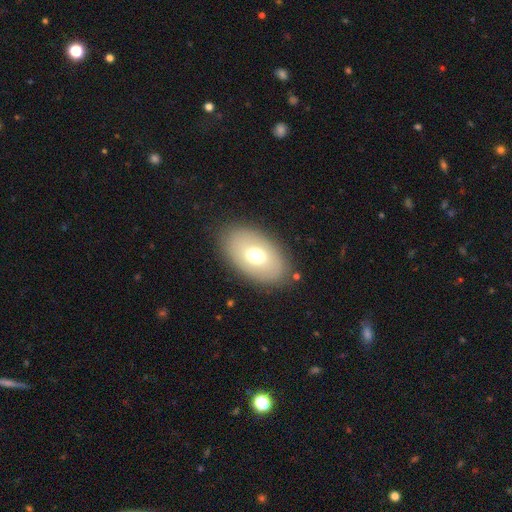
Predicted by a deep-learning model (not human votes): Smooth or featured: smooth — 66% (featured or disk — 26%)
How rounded: in between — 90% (round — 9%)
Merging: none — 83% (minor disturbance — 11%)